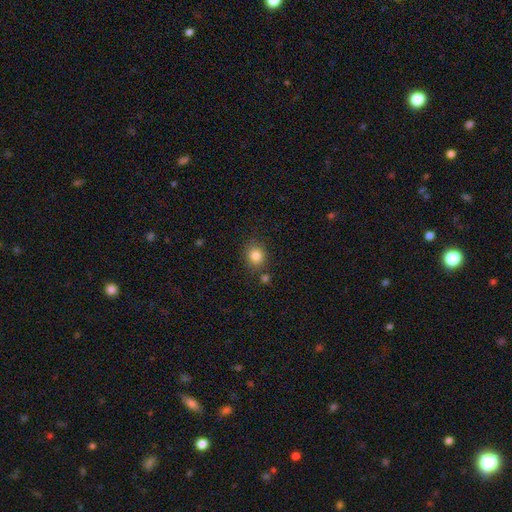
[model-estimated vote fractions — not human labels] Smooth or featured?
  - smooth: 83% *
  - star or artifact: 11%
  - featured or disk: 6%
How rounded?
  - round: 76% *
  - in between: 23%
  - cigar-shaped: 1%
Merging?
  - none: 80% *
  - minor disturbance: 10%
  - merger: 7%
  - major disturbance: 3%